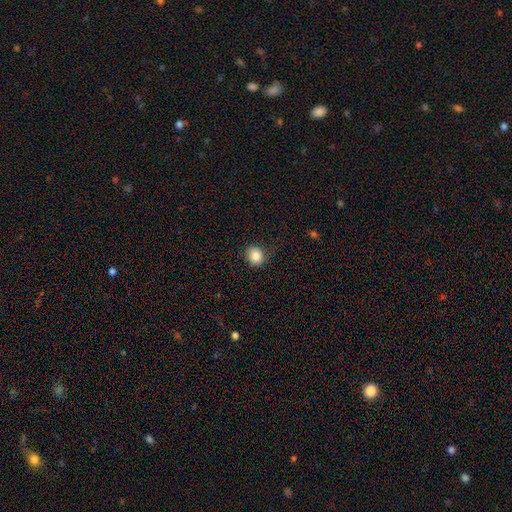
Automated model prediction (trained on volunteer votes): Smooth or featured?
  - smooth: 85% *
  - star or artifact: 10%
  - featured or disk: 5%
How rounded?
  - round: 78% *
  - in between: 21%
  - cigar-shaped: 1%
Merging?
  - none: 82% *
  - minor disturbance: 14%
  - major disturbance: 4%
  - merger: 1%